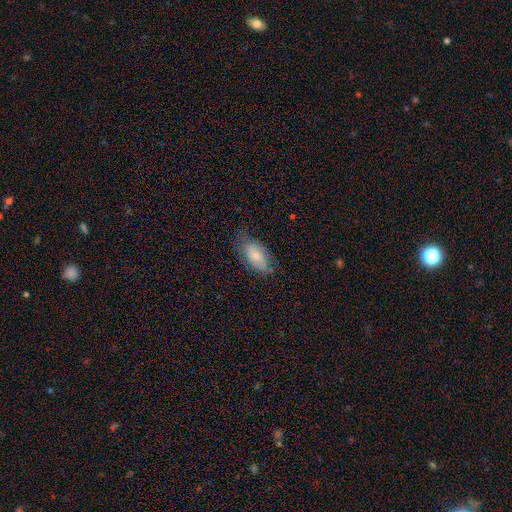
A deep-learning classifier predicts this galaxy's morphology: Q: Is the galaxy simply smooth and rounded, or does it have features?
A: smooth — 72%.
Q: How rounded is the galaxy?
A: in between — 92%.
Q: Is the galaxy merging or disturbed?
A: none — 64%.